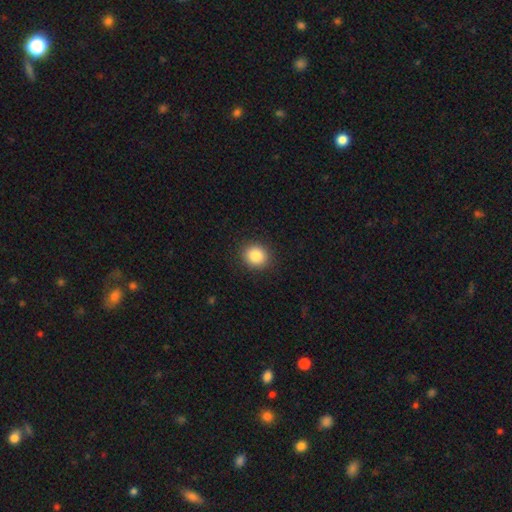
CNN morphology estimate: Smooth or featured: smooth — 85% (star or artifact — 10%)
How rounded: round — 79% (in between — 20%)
Merging: none — 91% (minor disturbance — 6%)